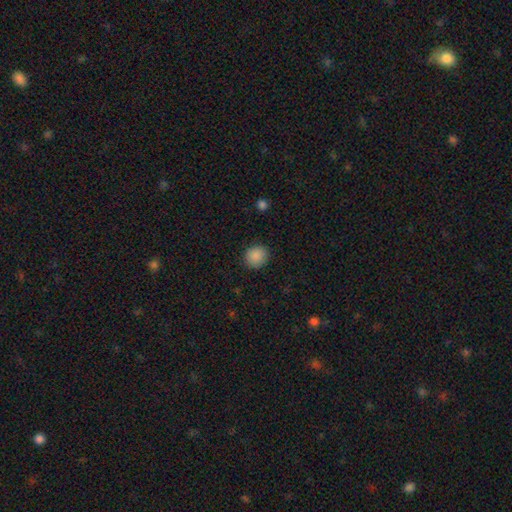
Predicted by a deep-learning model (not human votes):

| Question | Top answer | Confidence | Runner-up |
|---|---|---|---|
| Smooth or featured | smooth | 88% | star or artifact (9%) |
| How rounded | round | 83% | in between (16%) |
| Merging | none | 89% | minor disturbance (8%) |